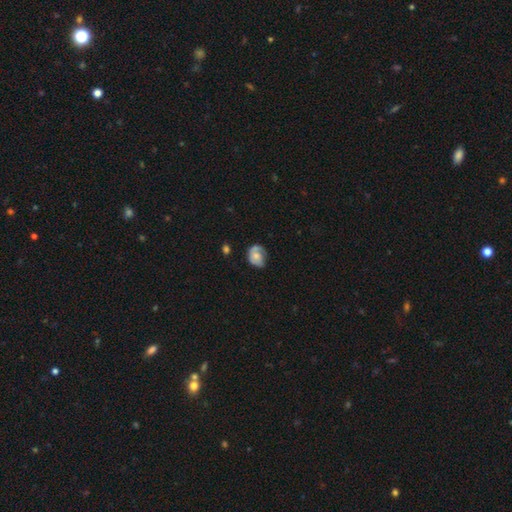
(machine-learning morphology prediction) Smooth or featured?
  - smooth: 48% *
  - featured or disk: 45%
  - star or artifact: 8%
Merging?
  - none: 44% *
  - minor disturbance: 34%
  - major disturbance: 19%
  - merger: 3%